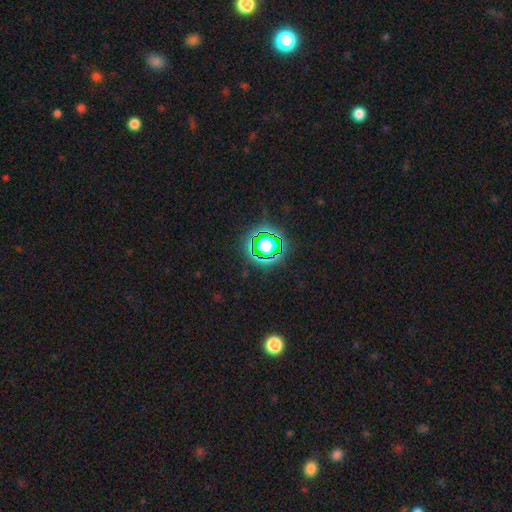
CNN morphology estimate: smooth-or-featured: star or artifact: 80% | smooth: 14% | featured or disk: 6%